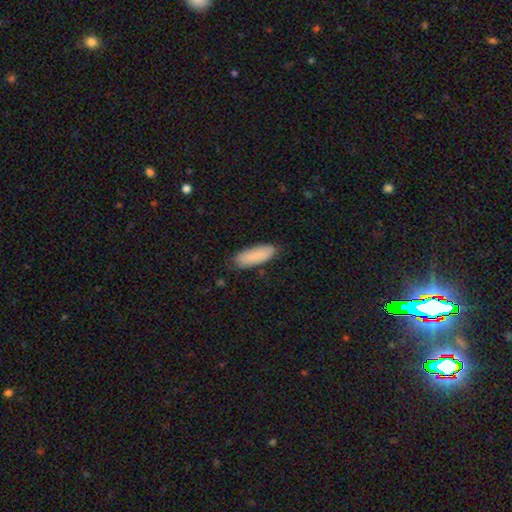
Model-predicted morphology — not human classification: Smooth or featured? Predicted: smooth (p=0.87). How rounded? Predicted: in between (p=0.60). Merging? Predicted: none (p=0.80).